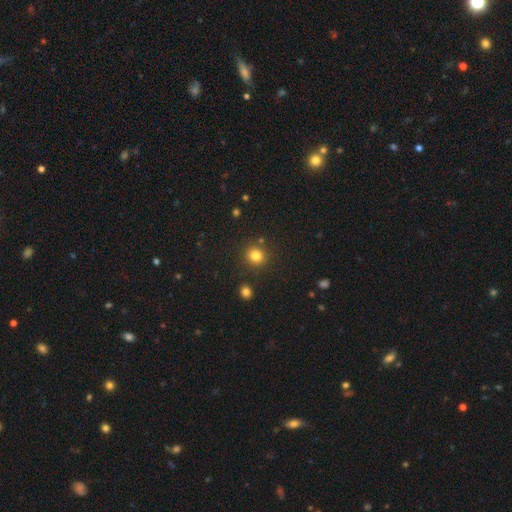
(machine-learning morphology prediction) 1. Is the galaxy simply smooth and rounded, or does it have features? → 82% smooth, 13% star or artifact, 5% featured or disk.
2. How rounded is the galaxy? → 89% round, 10% in between, 1% cigar-shaped.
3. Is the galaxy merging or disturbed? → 86% none, 7% minor disturbance, 5% merger, 3% major disturbance.